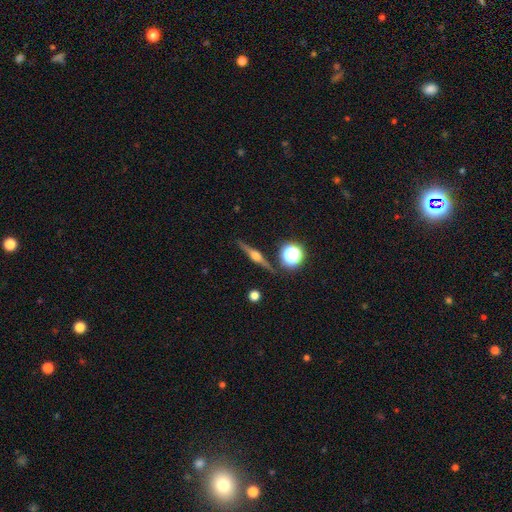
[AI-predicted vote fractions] Smooth or featured? Predicted: featured or disk (p=0.78). Edge-on disk? Predicted: yes (p=0.97). Edge-on bulge? Predicted: rounded (p=0.92). Merging? Predicted: none (p=0.89).